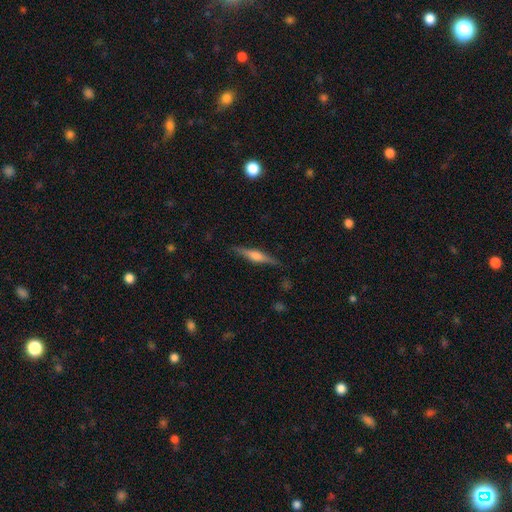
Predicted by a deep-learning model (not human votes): Smooth or featured?
  - featured or disk: 71% *
  - smooth: 23%
  - star or artifact: 7%
Edge-on disk?
  - yes: 98% *
  - no: 2%
Edge-on bulge?
  - rounded: 83% *
  - boxy: 13%
  - none: 4%
Merging?
  - none: 88% *
  - minor disturbance: 9%
  - major disturbance: 2%
  - merger: 1%